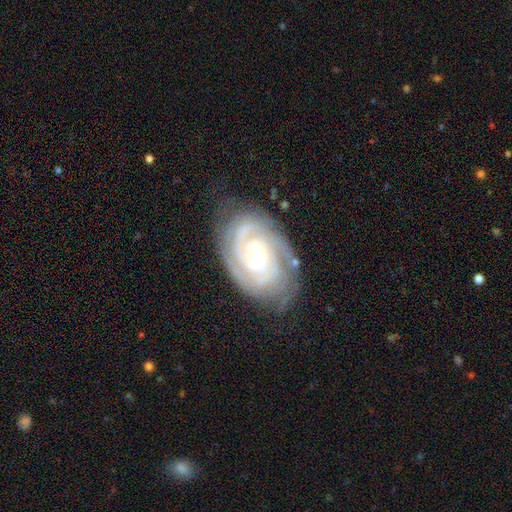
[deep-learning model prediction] Smooth or featured? Predicted: featured or disk (p=0.90). Edge-on disk? Predicted: no (p=0.96). Bar? Predicted: no (p=0.55). Spiral arms? Predicted: yes (p=0.98). Spiral winding? Predicted: tight (p=0.77). Spiral arm count? Predicted: 2 (p=0.32). Bulge size? Predicted: moderate (p=0.63). Merging? Predicted: none (p=0.75).